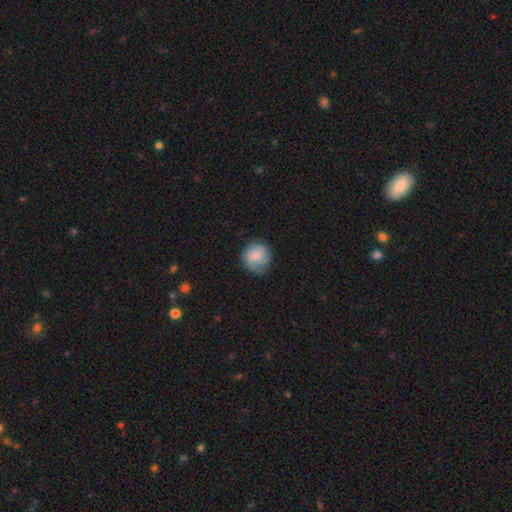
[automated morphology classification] This appears to be a smooth galaxy with no disk features (60%) that is round (87%). Merging: none (69%).